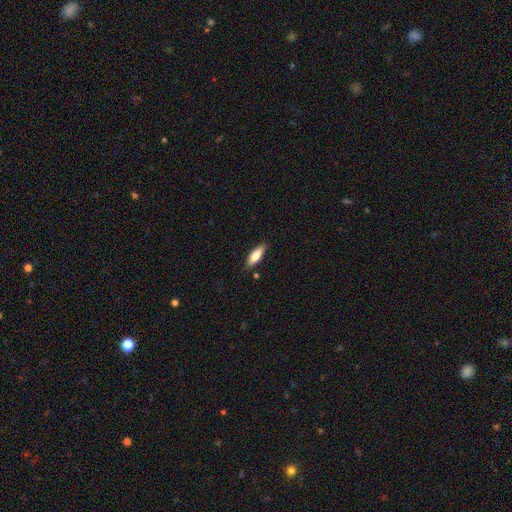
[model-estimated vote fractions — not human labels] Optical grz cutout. It shows a smooth galaxy with no disk features (78%) that is in between round and cigar-shaped (62%). Merging: none (84%).